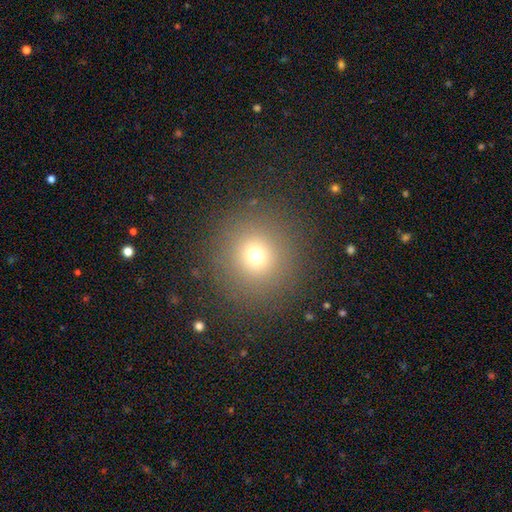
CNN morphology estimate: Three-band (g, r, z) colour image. It shows a smooth galaxy with no disk features (70%) that is round (94%). Merging: none (88%).